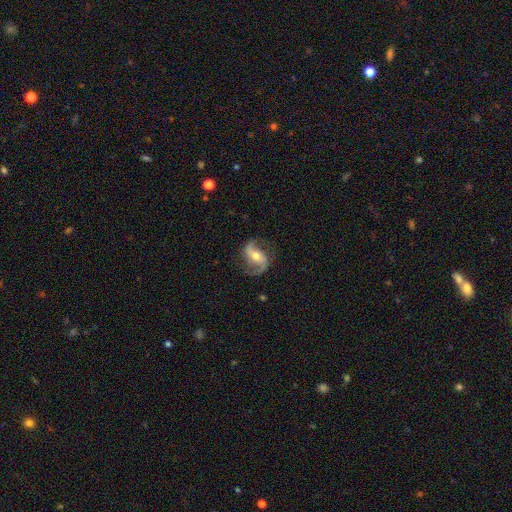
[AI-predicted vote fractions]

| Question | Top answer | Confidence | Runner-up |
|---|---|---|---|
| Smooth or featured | featured or disk | 88% | smooth (7%) |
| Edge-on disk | no | 97% | yes (3%) |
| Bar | strong | 36% | tied: weak (36%) |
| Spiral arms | yes | 97% | no (3%) |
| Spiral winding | loose | 52% | medium (38%) |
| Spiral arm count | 2 | 92% | 1 (3%) |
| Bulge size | moderate | 60% | small (34%) |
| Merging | none | 78% | minor disturbance (14%) |